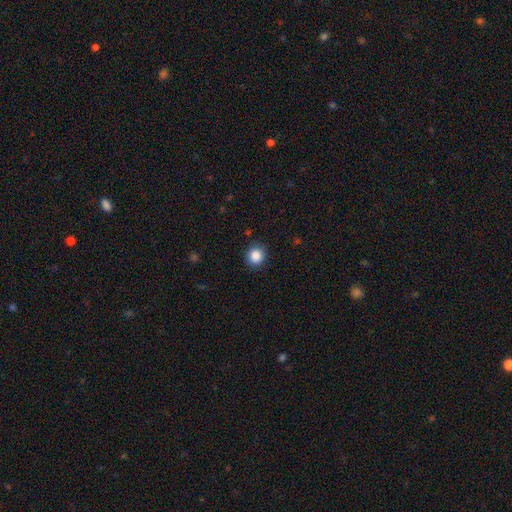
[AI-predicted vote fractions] The model was most divided on "how rounded": round: 88%, in between: 11%, cigar-shaped: 1%. More confident: smooth or featured — smooth (87%); merging — none (87%).